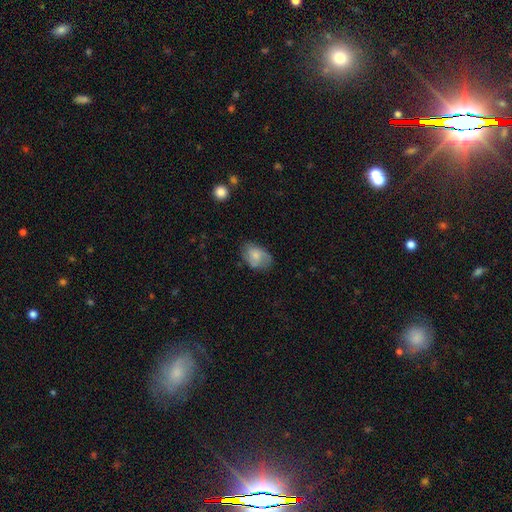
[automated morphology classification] smooth_or_featured: smooth (p=0.59) [alt: featured or disk p=0.34]
how_rounded: in between (p=0.81) [alt: round p=0.17]
merging: none (p=0.59) [alt: minor disturbance p=0.29]